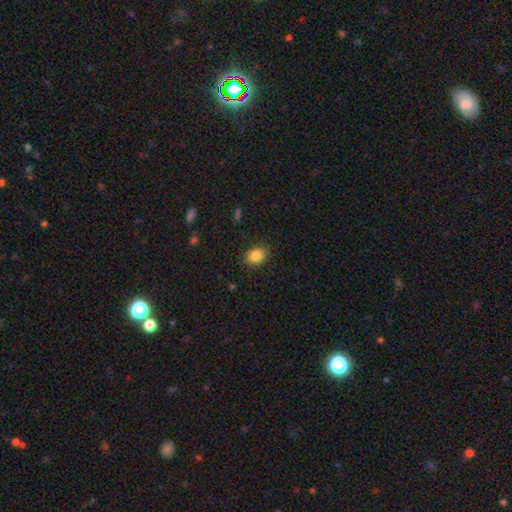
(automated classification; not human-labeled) Q: Smooth or featured?
A: smooth (86%); runner-up: star or artifact (9%)
Q: How rounded?
A: in between (69%); runner-up: round (30%)
Q: Merging?
A: none (87%); runner-up: minor disturbance (9%)